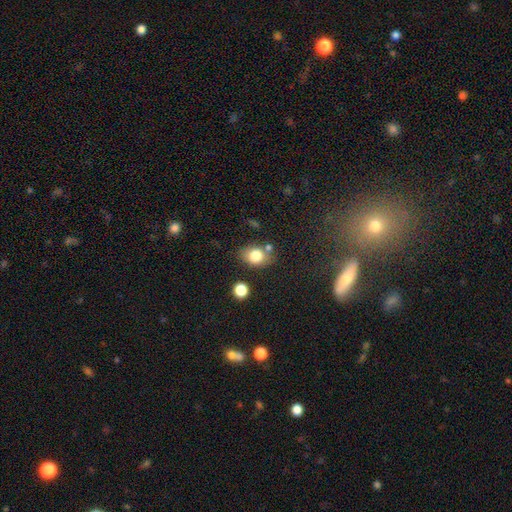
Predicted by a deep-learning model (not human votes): This appears to be a smooth galaxy with no disk features (80%) that is in between round and cigar-shaped (61%). Merging: none (69%).